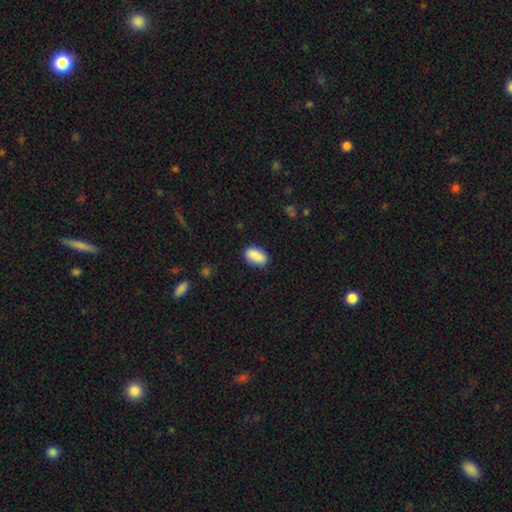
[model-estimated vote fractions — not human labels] Overall: smooth (87%). How rounded: in between (90%). Merging: none (84%).